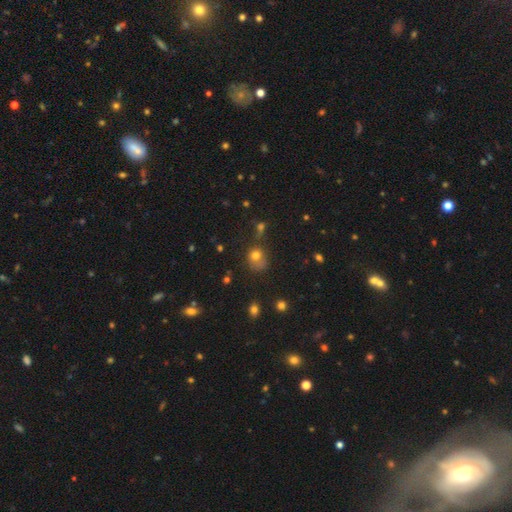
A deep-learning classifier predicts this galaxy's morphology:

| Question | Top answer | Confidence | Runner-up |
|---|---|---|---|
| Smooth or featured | smooth | 72% | star or artifact (16%) |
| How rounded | round | 72% | in between (27%) |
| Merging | none | 47% | minor disturbance (23%) |